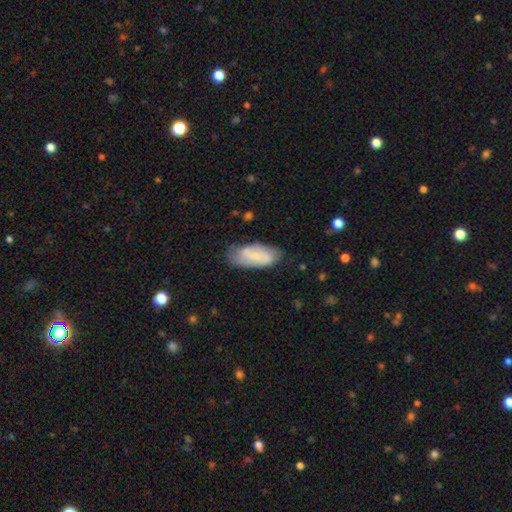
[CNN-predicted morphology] A smooth galaxy with no disk features (49%). Merging: none (67%).